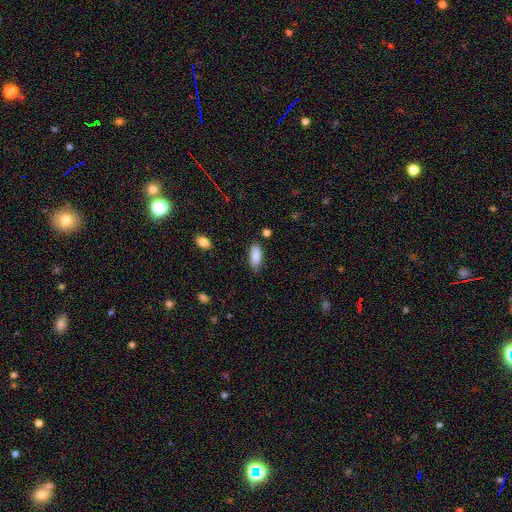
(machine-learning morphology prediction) A smooth galaxy with no disk features (88%) that is in between round and cigar-shaped (79%).

Vote fractions:
- Smooth or featured? smooth: 88% / star or artifact: 7% / featured or disk: 5%
- How rounded? in between: 79% / cigar-shaped: 19% / round: 2%
- Merging? none: 74% / minor disturbance: 19% / major disturbance: 4% / merger: 3%